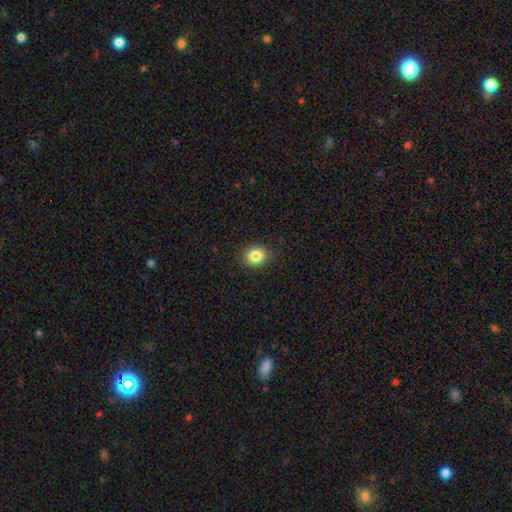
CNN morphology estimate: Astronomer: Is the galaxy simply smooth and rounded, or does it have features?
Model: smooth — 83%.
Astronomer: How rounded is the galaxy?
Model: round — 71%.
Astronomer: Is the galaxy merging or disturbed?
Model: none — 89%.